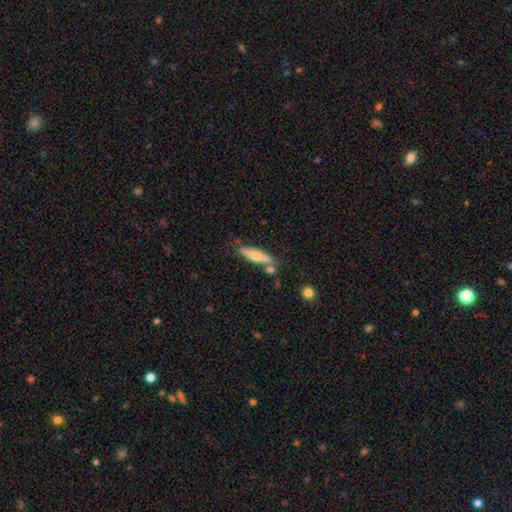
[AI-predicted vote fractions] Smooth or featured? Predicted: smooth (p=0.56). How rounded? Predicted: cigar-shaped (p=0.64). Merging? Predicted: none (p=0.70).